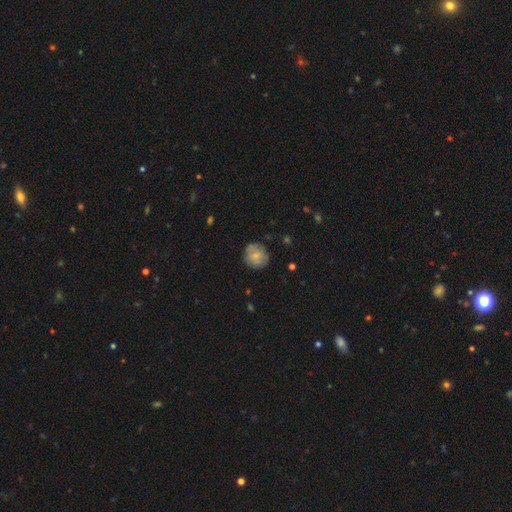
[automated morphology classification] A smooth galaxy with no disk features (69%) that is round (87%). Merging: none (77%).